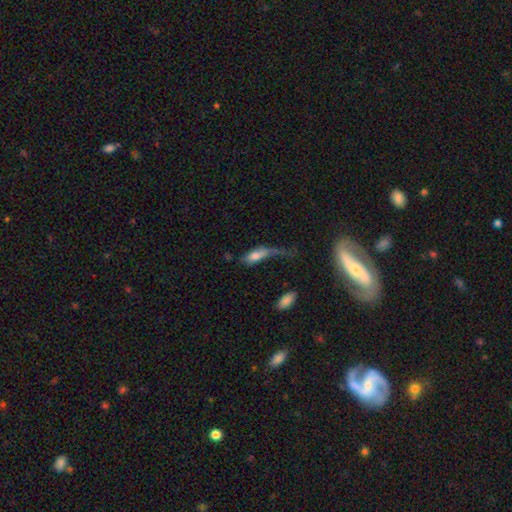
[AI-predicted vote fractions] Overall: smooth (65%; featured or disk 26%). How rounded: in between (62%; cigar-shaped 34%). Merging: major disturbance (49%; minor disturbance 22%).